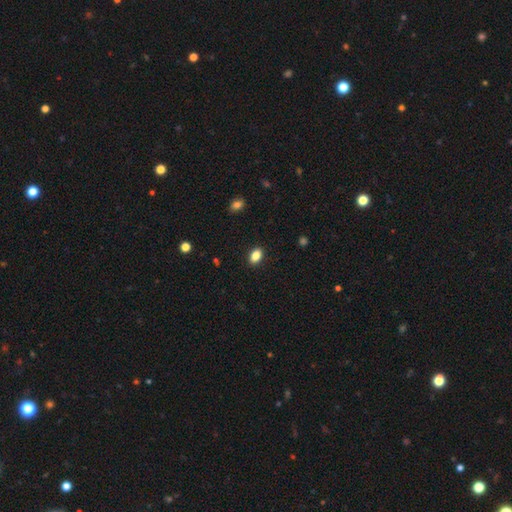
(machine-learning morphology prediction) Q: Smooth or featured?
A: smooth (86%); runner-up: star or artifact (9%)
Q: How rounded?
A: in between (86%); runner-up: round (13%)
Q: Merging?
A: none (90%); runner-up: minor disturbance (7%)